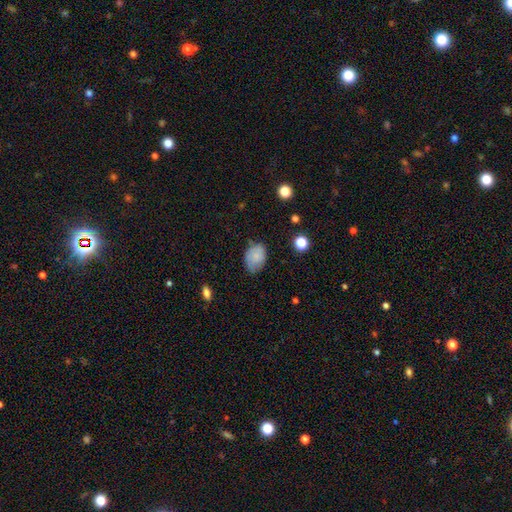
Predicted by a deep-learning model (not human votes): smooth-or-featured: smooth: 78% | featured or disk: 13% | star or artifact: 9%
  how-rounded: in between: 79% | round: 20% | cigar-shaped: 1%
  merging: none: 63% | minor disturbance: 28% | major disturbance: 7% | merger: 2%